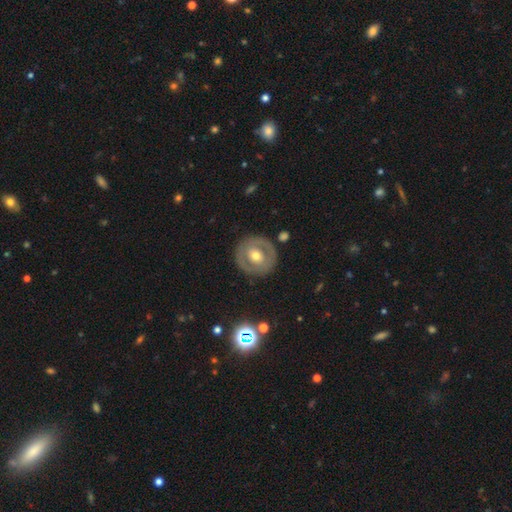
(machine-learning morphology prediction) Smooth or featured: featured or disk — 58% (smooth — 36%)
Edge-on disk: no — 96% (yes — 4%)
Bar: no — 66% (weak — 24%)
Spiral arms: no — 73% (yes — 27%)
Bulge size: moderate — 74% (small — 17%)
Merging: none — 85% (minor disturbance — 9%)